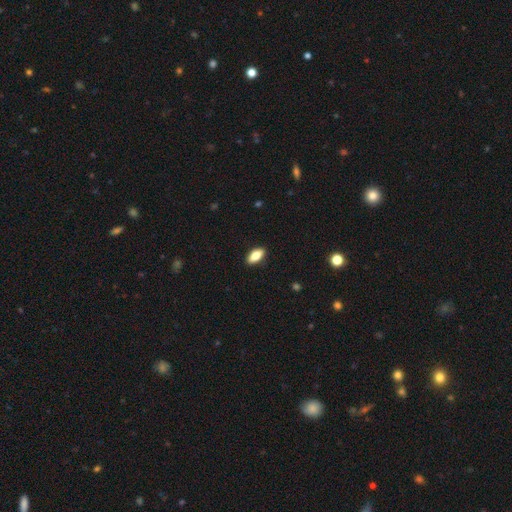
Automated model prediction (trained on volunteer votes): Q: Smooth or featured?
A: smooth (78%); runner-up: featured or disk (15%)
Q: How rounded?
A: in between (86%); runner-up: cigar-shaped (10%)
Q: Merging?
A: none (90%); runner-up: minor disturbance (8%)